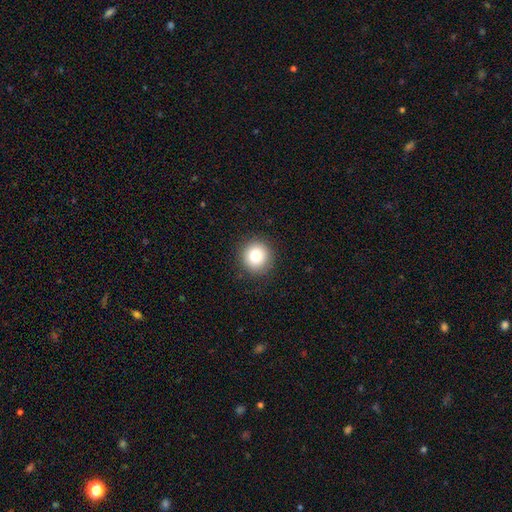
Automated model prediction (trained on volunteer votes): Smooth or featured: smooth — 81% (star or artifact — 10%)
How rounded: round — 93% (in between — 6%)
Merging: none — 90% (minor disturbance — 6%)